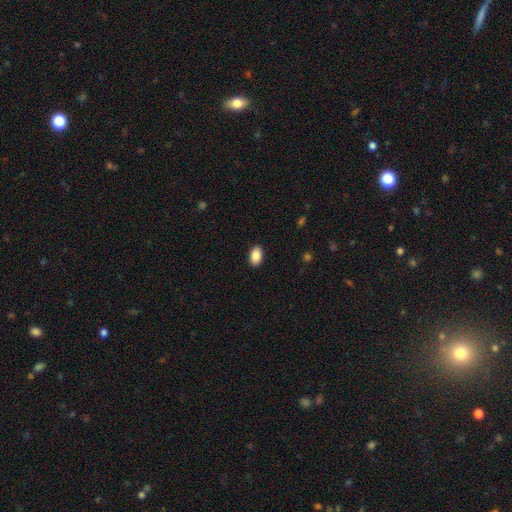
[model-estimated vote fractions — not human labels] smooth 88%, star or artifact 7%, featured or disk 5%. Down the decision tree: how rounded — in between (90%); merging — none (90%).